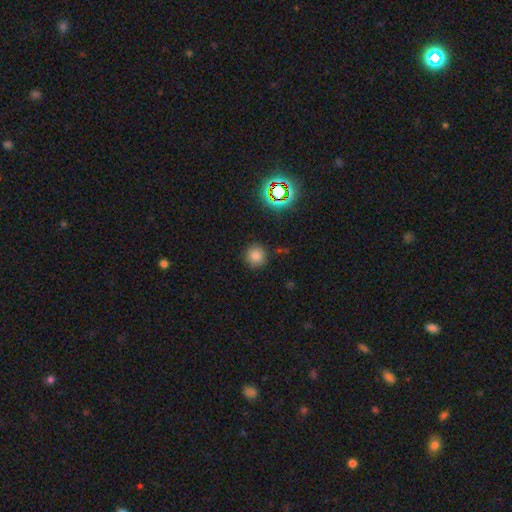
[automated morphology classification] smooth 76%, star or artifact 17%, featured or disk 7%. Down the decision tree: how rounded — round (94%); merging — none (89%).